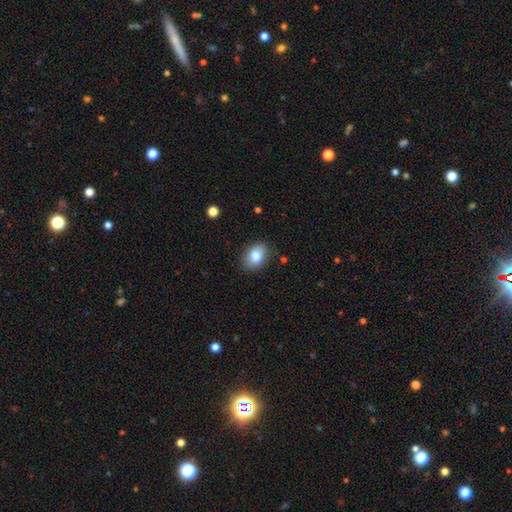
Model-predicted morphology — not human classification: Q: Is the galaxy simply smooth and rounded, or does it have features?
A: smooth — 83%.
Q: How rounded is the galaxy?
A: in between — 72%.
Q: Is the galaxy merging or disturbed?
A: none — 85%.